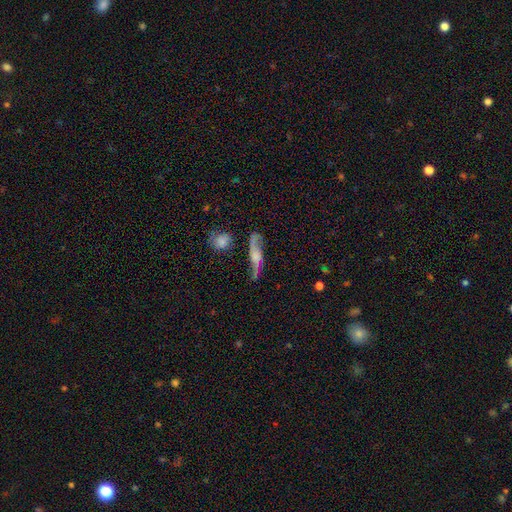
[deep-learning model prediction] A featured or disk galaxy (71%). Merging: none (64%).